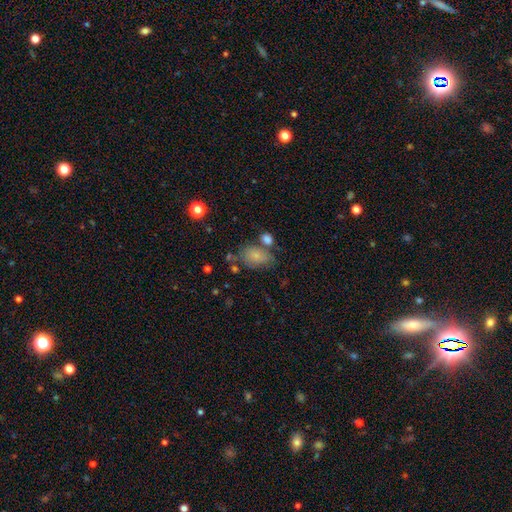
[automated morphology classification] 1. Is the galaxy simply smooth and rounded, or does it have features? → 75% smooth, 15% featured or disk, 10% star or artifact.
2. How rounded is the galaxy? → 78% in between, 21% round, 1% cigar-shaped.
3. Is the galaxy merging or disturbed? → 50% none, 21% minor disturbance, 19% merger, 9% major disturbance.